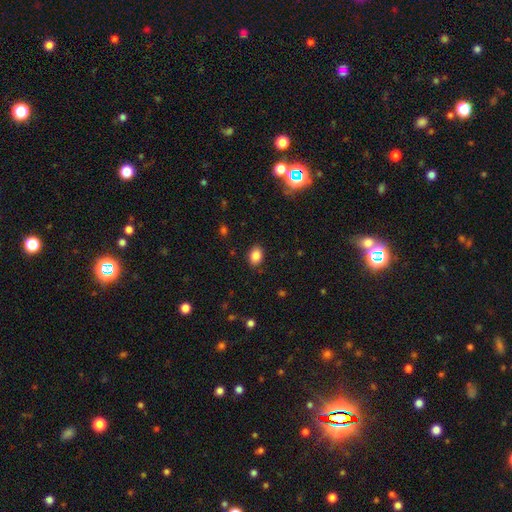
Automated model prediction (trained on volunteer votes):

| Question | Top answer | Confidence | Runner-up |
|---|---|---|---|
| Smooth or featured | smooth | 85% | star or artifact (10%) |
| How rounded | in between | 72% | round (26%) |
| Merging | none | 87% | minor disturbance (10%) |